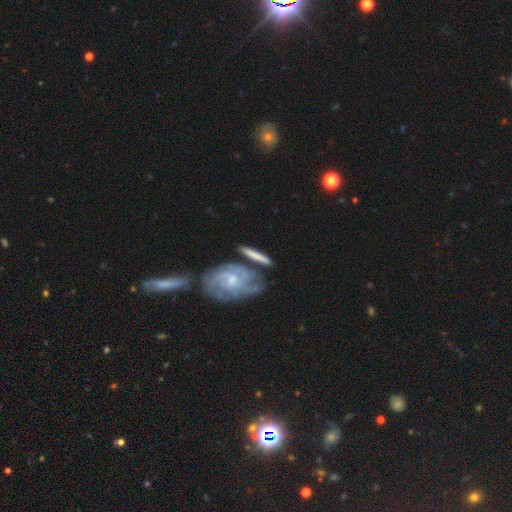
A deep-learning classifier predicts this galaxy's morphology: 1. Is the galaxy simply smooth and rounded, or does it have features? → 52% featured or disk, 42% smooth, 6% star or artifact.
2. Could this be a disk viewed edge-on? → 61% no, 39% yes.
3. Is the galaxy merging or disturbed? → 62% none, 17% minor disturbance, 14% merger, 6% major disturbance.